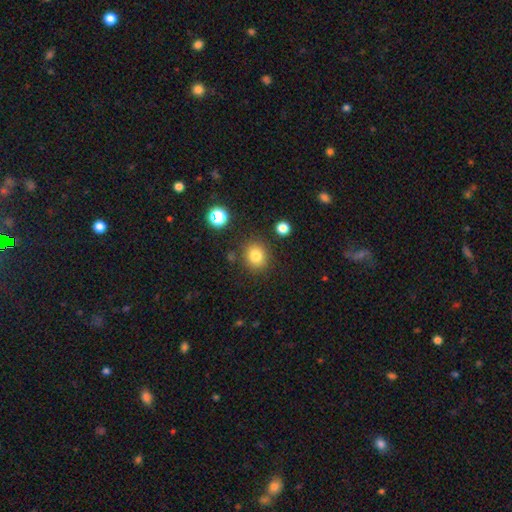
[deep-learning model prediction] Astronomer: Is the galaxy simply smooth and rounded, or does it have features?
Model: smooth — 80%.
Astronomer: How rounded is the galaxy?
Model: round — 77%.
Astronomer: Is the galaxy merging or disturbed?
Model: none — 84%.